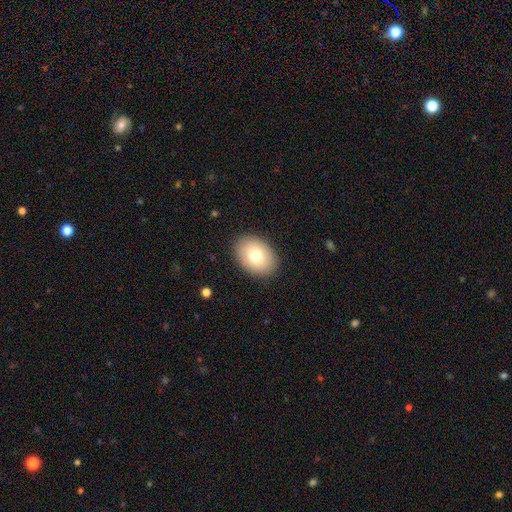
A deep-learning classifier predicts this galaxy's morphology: Q: Smooth or featured?
A: smooth (78%); runner-up: featured or disk (14%)
Q: How rounded?
A: in between (76%); runner-up: round (24%)
Q: Merging?
A: none (89%); runner-up: minor disturbance (8%)